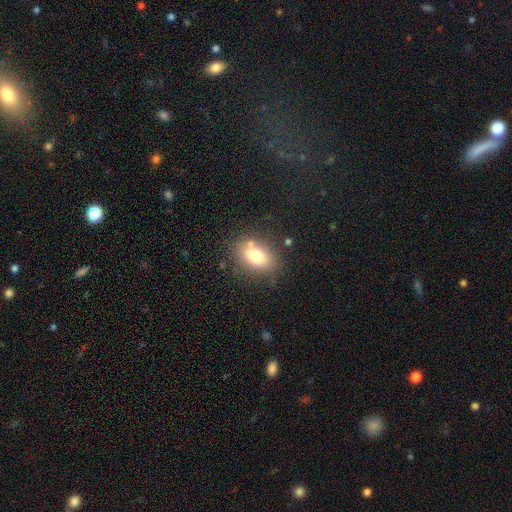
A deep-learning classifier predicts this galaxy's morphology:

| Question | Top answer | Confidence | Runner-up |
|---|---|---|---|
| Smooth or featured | smooth | 74% | featured or disk (15%) |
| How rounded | in between | 80% | round (17%) |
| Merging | none | 75% | minor disturbance (14%) |